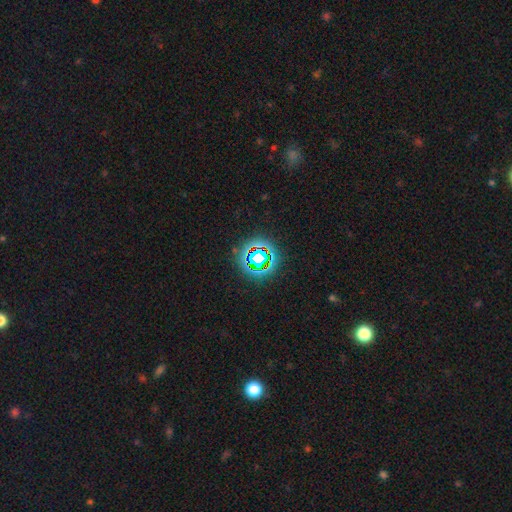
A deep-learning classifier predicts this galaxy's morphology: type=star or artifact (76%).